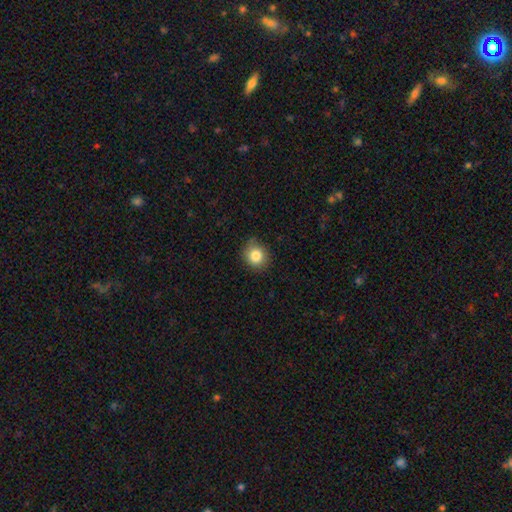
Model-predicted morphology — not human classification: smooth-or-featured: smooth: 83% | star or artifact: 10% | featured or disk: 6%
  how-rounded: round: 83% | in between: 17% | cigar-shaped: 1%
  merging: none: 84% | minor disturbance: 12% | major disturbance: 3% | merger: 1%